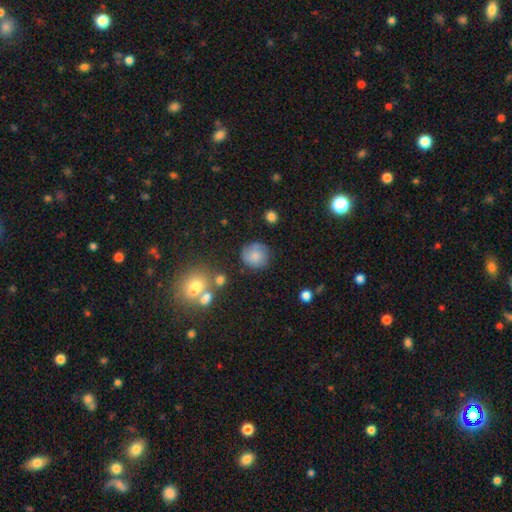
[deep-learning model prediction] This appears to be a smooth galaxy with no disk features (70%) that is round (90%). Merging: none (76%).